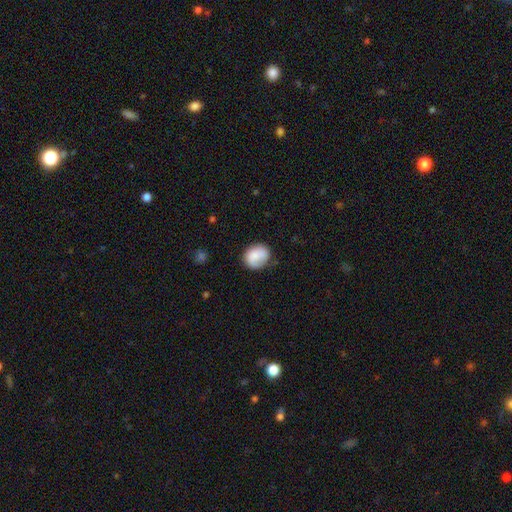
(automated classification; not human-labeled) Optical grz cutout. It shows a smooth galaxy with no disk features (83%) that is round (64%). Merging: none (73%).